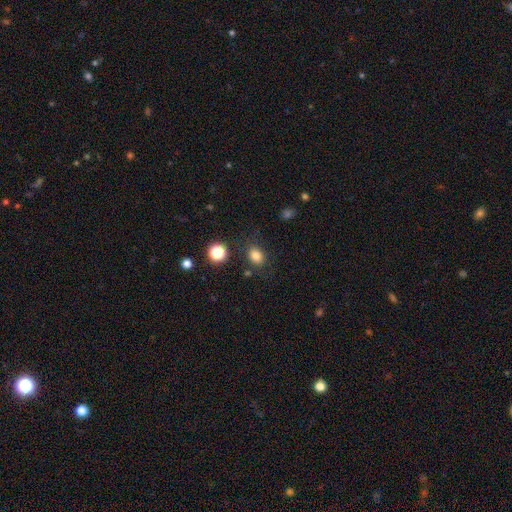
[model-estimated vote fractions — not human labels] This appears to be a smooth galaxy with no disk features (81%) that is in between round and cigar-shaped (58%). Merging: none (80%).